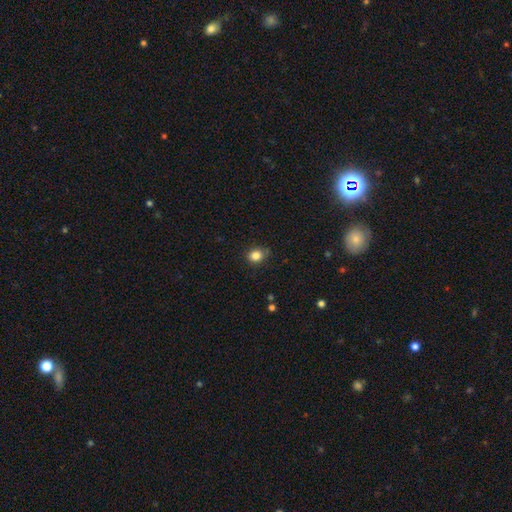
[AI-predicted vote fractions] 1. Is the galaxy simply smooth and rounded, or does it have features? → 84% smooth, 11% star or artifact, 5% featured or disk.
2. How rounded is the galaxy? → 71% round, 29% in between, 1% cigar-shaped.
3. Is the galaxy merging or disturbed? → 85% none, 11% minor disturbance, 2% major disturbance, 2% merger.